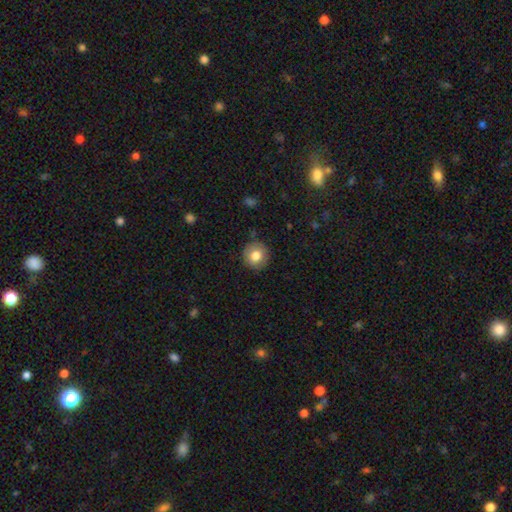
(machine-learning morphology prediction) This appears to be a smooth galaxy with no disk features (79%) that is round (92%). Merging: none (88%).